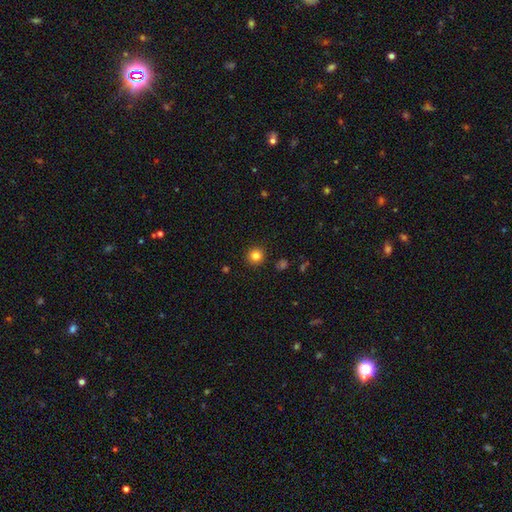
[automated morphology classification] A smooth galaxy with no disk features (83%) that is round (93%). Merging: none (91%).